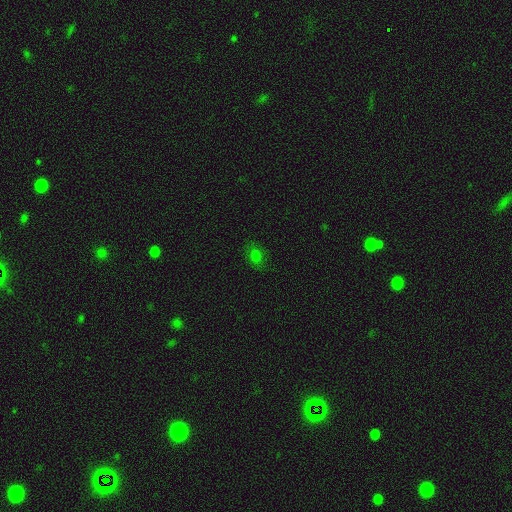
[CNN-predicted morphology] smooth-or-featured: smooth: 67% | star or artifact: 24% | featured or disk: 8%
  how-rounded: in between: 58% | round: 40% | cigar-shaped: 2%
  merging: none: 80% | minor disturbance: 14% | major disturbance: 5% | merger: 2%